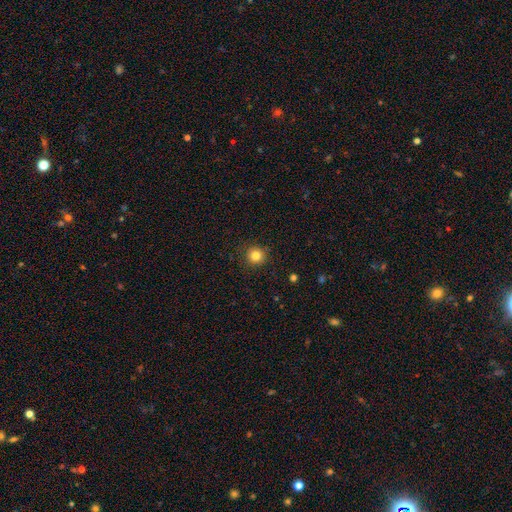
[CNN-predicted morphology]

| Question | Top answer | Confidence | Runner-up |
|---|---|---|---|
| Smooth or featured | smooth | 83% | star or artifact (12%) |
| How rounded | round | 94% | in between (5%) |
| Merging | none | 91% | minor disturbance (6%) |